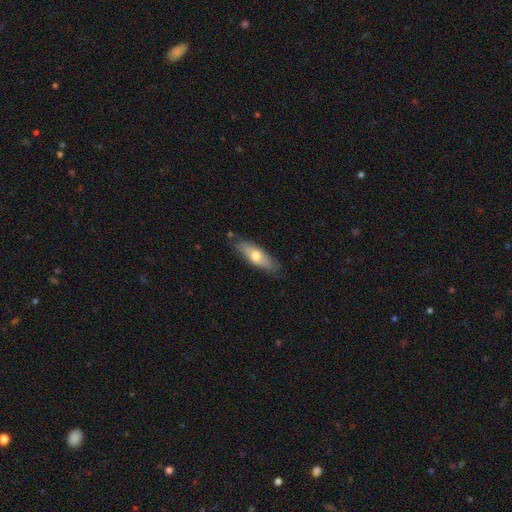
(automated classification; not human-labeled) The model was most divided on "how rounded": in between: 56%, cigar-shaped: 42%, round: 2%. More confident: merging — none (77%); smooth or featured — smooth (60%).